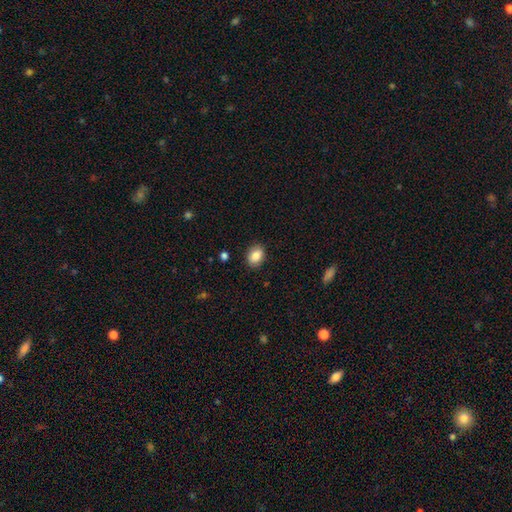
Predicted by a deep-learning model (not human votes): smooth 86%, star or artifact 8%, featured or disk 6%. Down the decision tree: how rounded — in between (69%); merging — none (87%).